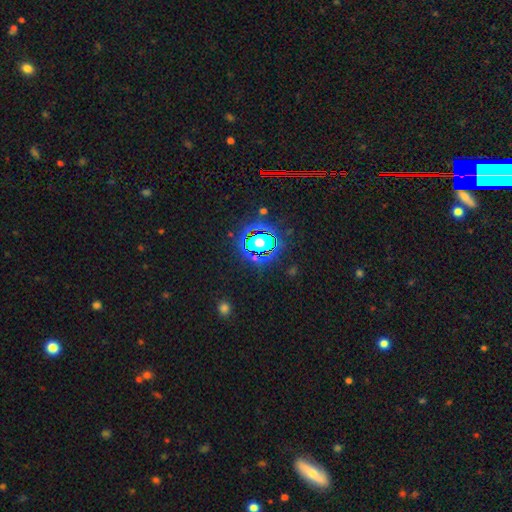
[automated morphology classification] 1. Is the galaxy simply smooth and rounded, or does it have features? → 74% star or artifact, 17% smooth, 9% featured or disk.